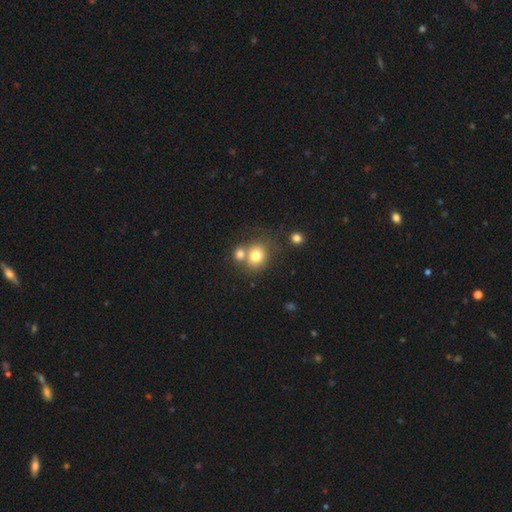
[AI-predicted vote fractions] smooth_or_featured: smooth (p=0.77) [alt: featured or disk p=0.12]
how_rounded: round (p=0.75) [alt: in between p=0.25]
merging: none (p=0.48) [alt: merger p=0.39]